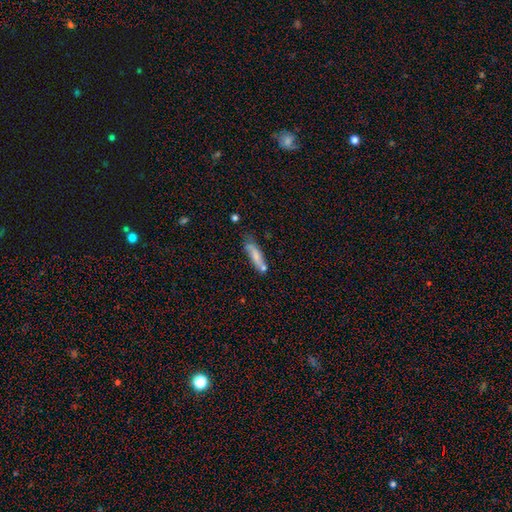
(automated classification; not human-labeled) Overall: smooth (68%). How rounded: cigar-shaped (64%; in between 33%). Merging: none (52%; minor disturbance 24%).